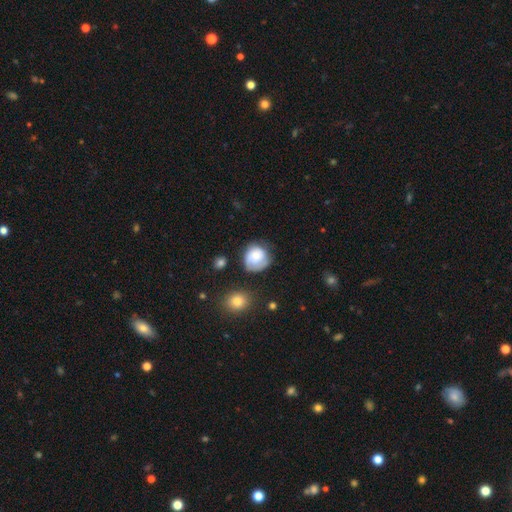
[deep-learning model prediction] This appears to be a smooth galaxy with no disk features (52%) that is round (80%). Merging: none (60%).